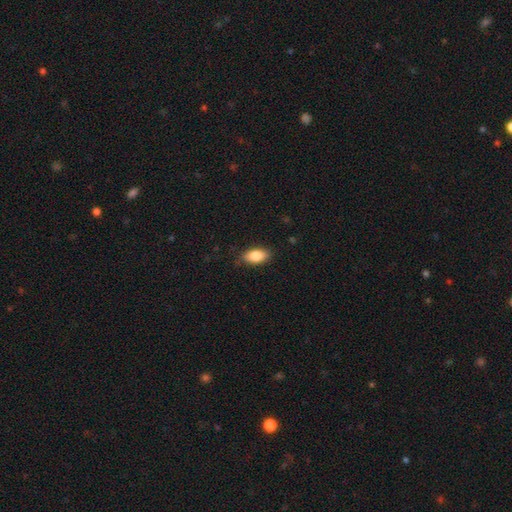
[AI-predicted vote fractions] smooth-or-featured: smooth: 82% | featured or disk: 11% | star or artifact: 7%
  how-rounded: in between: 89% | cigar-shaped: 8% | round: 4%
  merging: none: 82% | minor disturbance: 15% | major disturbance: 3% | merger: 1%